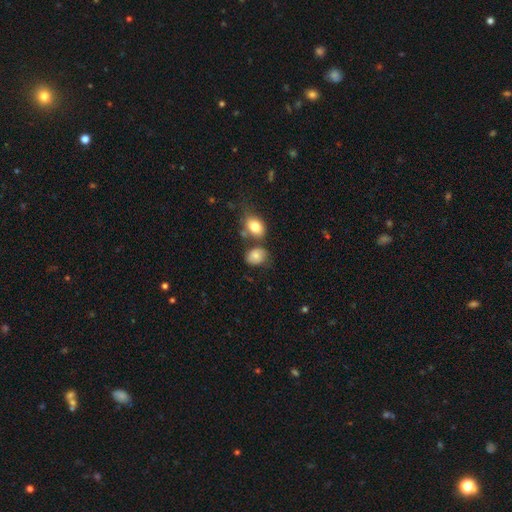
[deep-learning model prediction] smooth-or-featured: smooth: 80% | featured or disk: 11% | star or artifact: 9%
  how-rounded: in between: 62% | round: 36% | cigar-shaped: 1%
  merging: none: 53% | minor disturbance: 21% | merger: 19% | major disturbance: 7%